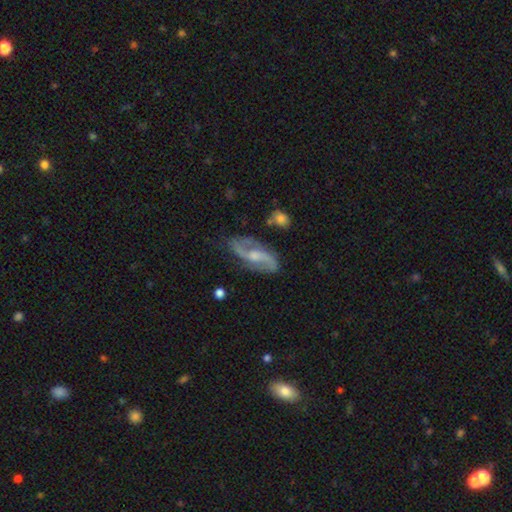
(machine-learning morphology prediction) smooth_or_featured: featured or disk (p=0.86) [alt: smooth p=0.08]
disk_edge_on: no (p=0.95) [alt: yes p=0.05]
bar: weak (p=0.46) [alt: no p=0.38]
has_spiral_arms: yes (p=0.96) [alt: no p=0.04]
spiral_winding: loose (p=0.50) [alt: medium p=0.39]
spiral_arm_count: 2 (p=0.92) [alt: can't tell p=0.03]
bulge_size: moderate (p=0.48) [alt: small p=0.39]
merging: none (p=0.75) [alt: minor disturbance p=0.16]